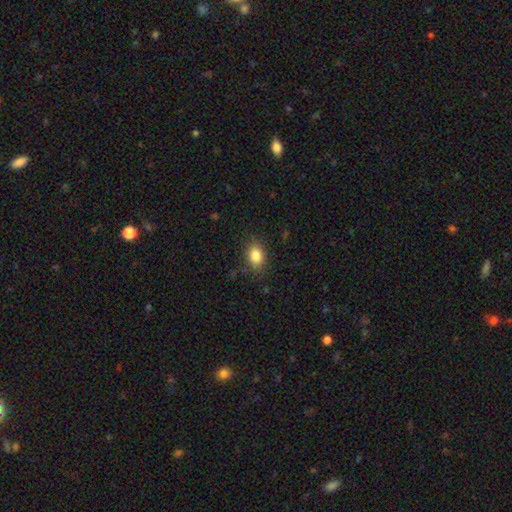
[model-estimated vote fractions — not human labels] Smooth or featured?
  - smooth: 85% *
  - star or artifact: 9%
  - featured or disk: 6%
How rounded?
  - in between: 76% *
  - round: 23%
  - cigar-shaped: 1%
Merging?
  - none: 83% *
  - minor disturbance: 13%
  - major disturbance: 3%
  - merger: 1%